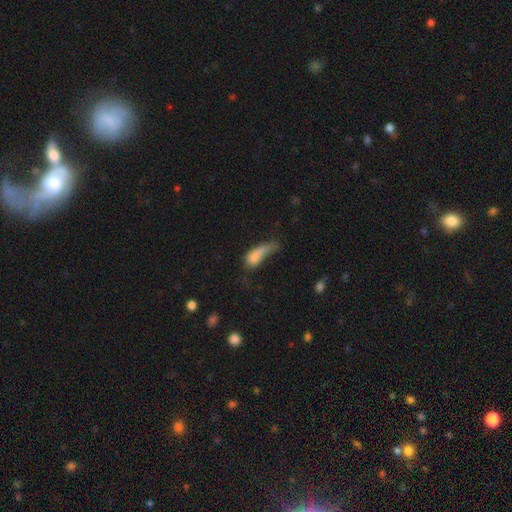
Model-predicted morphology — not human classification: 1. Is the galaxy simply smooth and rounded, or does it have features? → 72% smooth, 18% featured or disk, 9% star or artifact.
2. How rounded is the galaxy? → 66% in between, 27% cigar-shaped, 7% round.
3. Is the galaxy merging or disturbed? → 49% major disturbance, 25% minor disturbance, 19% none, 8% merger.